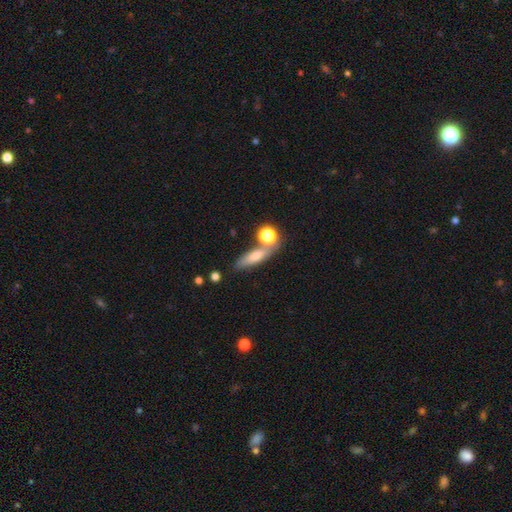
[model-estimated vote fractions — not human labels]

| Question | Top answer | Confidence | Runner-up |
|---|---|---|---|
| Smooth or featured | smooth | 67% | featured or disk (22%) |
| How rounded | cigar-shaped | 52% | in between (39%) |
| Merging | none | 60% | merger (19%) |